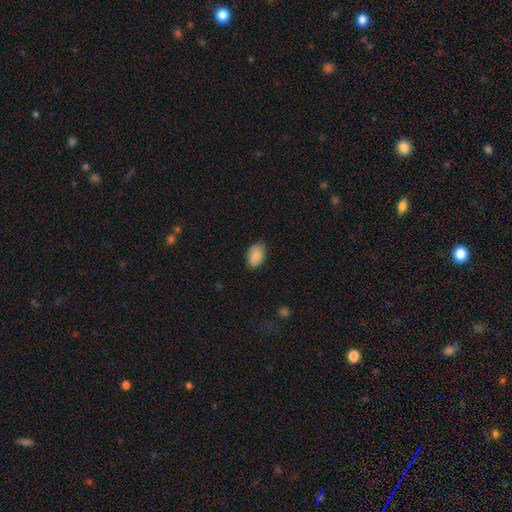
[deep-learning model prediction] A smooth galaxy with no disk features (87%) that is in between round and cigar-shaped (90%). Merging: none (82%).